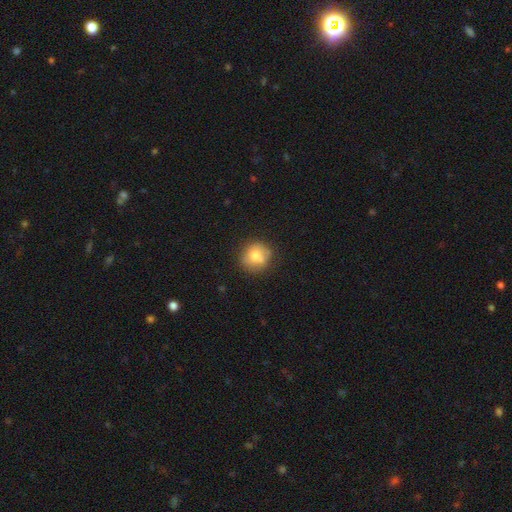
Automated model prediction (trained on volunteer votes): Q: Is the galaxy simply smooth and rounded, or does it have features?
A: smooth — 74%.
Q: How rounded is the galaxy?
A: round — 87%.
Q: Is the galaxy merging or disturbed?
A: none — 76%.